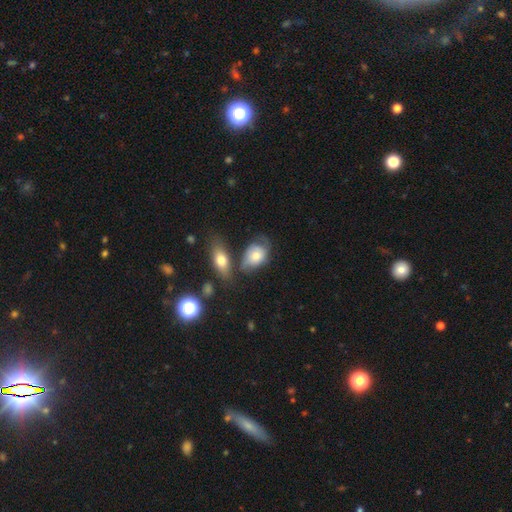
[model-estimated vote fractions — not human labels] This appears to be a smooth galaxy with no disk features (61%) that is in between round and cigar-shaped (76%). Merging: none (34%).